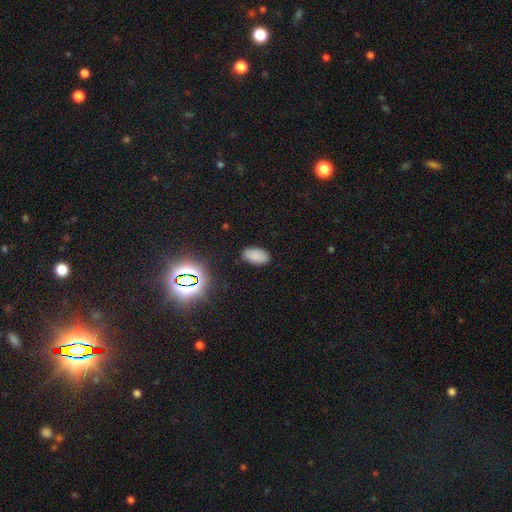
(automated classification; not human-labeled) Q: Smooth or featured?
A: smooth (80%); runner-up: star or artifact (14%)
Q: How rounded?
A: in between (94%); runner-up: round (4%)
Q: Merging?
A: none (85%); runner-up: minor disturbance (11%)